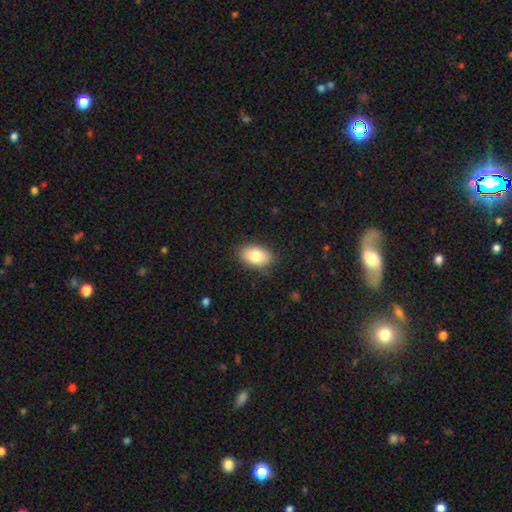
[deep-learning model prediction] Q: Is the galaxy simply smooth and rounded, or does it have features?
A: smooth — 82%.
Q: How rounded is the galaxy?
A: in between — 89%.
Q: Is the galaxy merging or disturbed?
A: none — 85%.